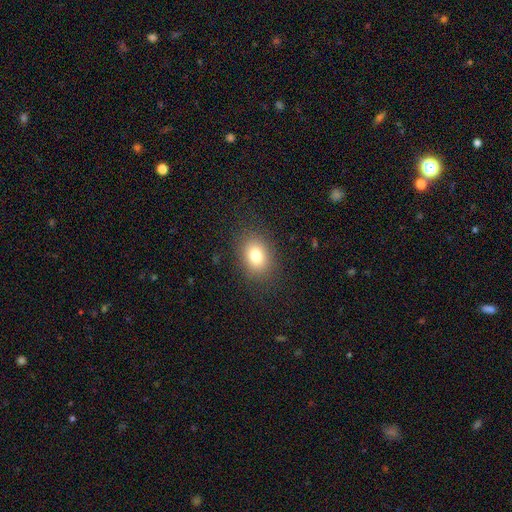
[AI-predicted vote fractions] smooth_or_featured: smooth (p=0.79) [alt: star or artifact p=0.12]
how_rounded: in between (p=0.62) [alt: round p=0.36]
merging: none (p=0.85) [alt: minor disturbance p=0.09]